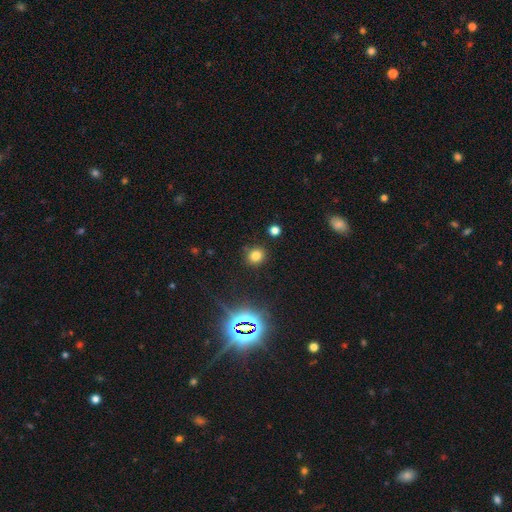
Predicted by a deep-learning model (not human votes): A smooth galaxy with no disk features (74%) that is round (83%).

Vote fractions:
- Smooth or featured? smooth: 74% / star or artifact: 20% / featured or disk: 6%
- How rounded? round: 83% / in between: 16% / cigar-shaped: 1%
- Merging? none: 86% / minor disturbance: 8% / merger: 3% / major disturbance: 3%